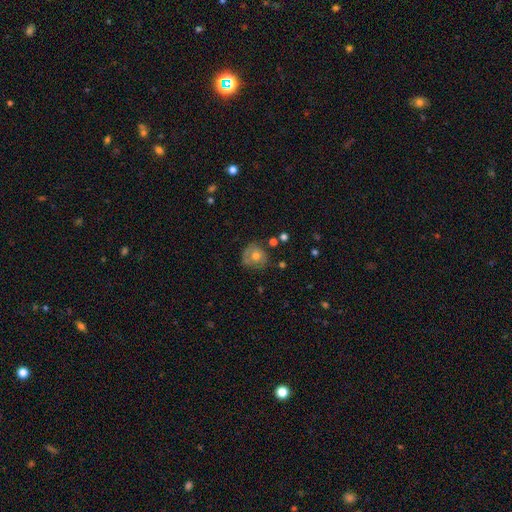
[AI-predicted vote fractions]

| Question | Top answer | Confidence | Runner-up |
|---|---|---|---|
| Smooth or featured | smooth | 62% | featured or disk (29%) |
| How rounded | round | 82% | in between (17%) |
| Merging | none | 60% | minor disturbance (26%) |